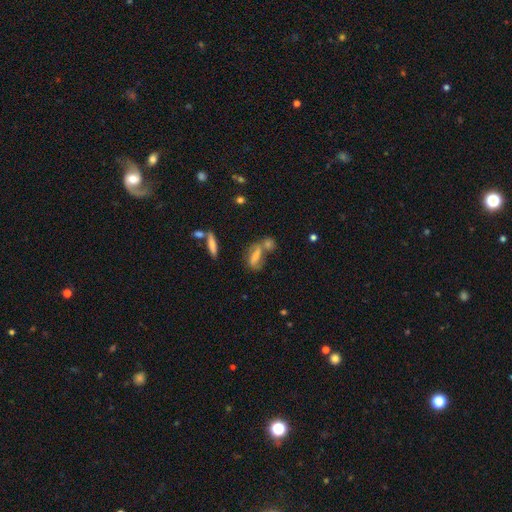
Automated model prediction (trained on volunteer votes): Overall: smooth (46%; featured or disk 37%). Merging: none (45%; merger 33%).